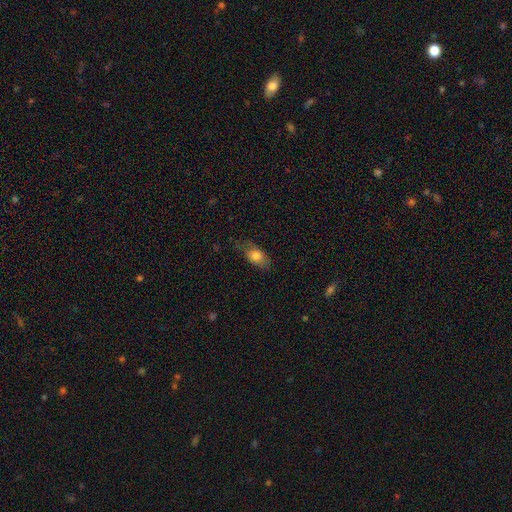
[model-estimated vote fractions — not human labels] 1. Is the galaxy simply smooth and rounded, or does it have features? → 76% smooth, 16% featured or disk, 8% star or artifact.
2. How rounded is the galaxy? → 84% in between, 11% round, 5% cigar-shaped.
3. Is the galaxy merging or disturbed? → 56% none, 30% minor disturbance, 12% major disturbance, 2% merger.